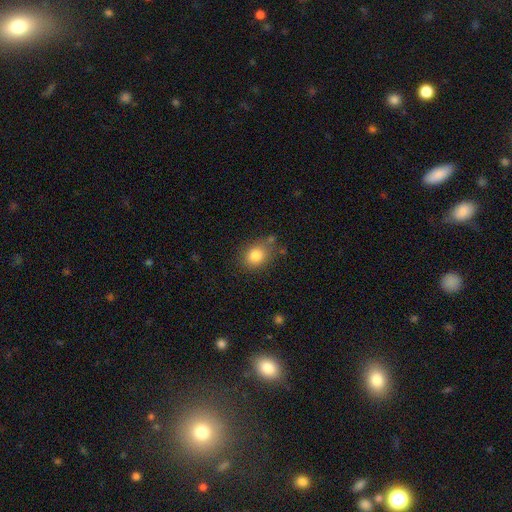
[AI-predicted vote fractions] This appears to be a smooth galaxy with no disk features (83%) that is round (52%). Merging: none (71%).